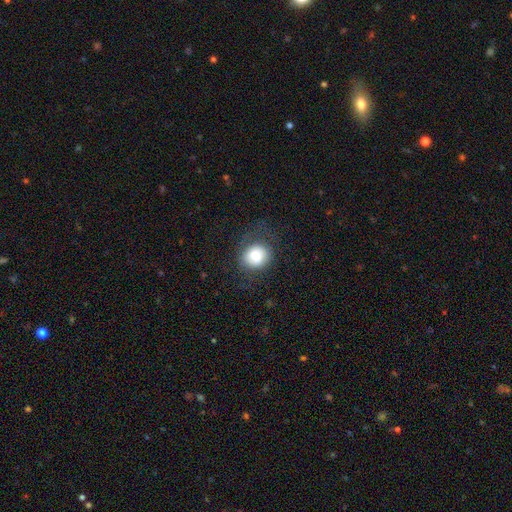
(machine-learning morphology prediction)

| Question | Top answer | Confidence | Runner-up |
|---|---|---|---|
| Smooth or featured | smooth | 74% | featured or disk (16%) |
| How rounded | round | 79% | in between (20%) |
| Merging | none | 73% | minor disturbance (16%) |